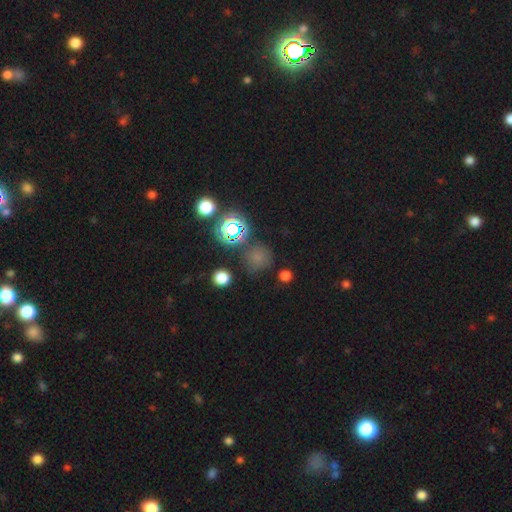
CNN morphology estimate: Overall: smooth (49%; star or artifact 43%). Merging: none (76%).